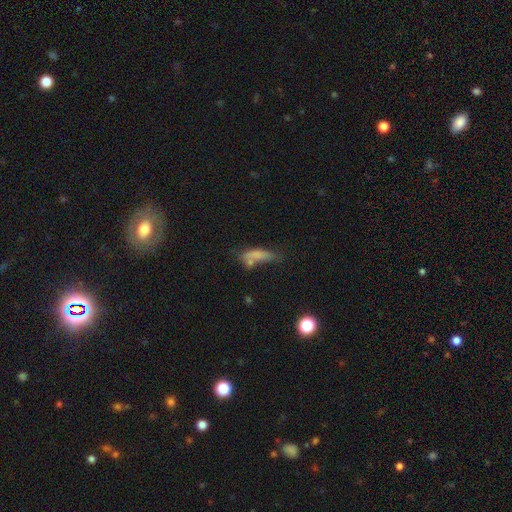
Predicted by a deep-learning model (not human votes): This is likely a smooth galaxy (68%). How rounded: possibly cigar-shaped (49%). Merging: marginally none (37%).